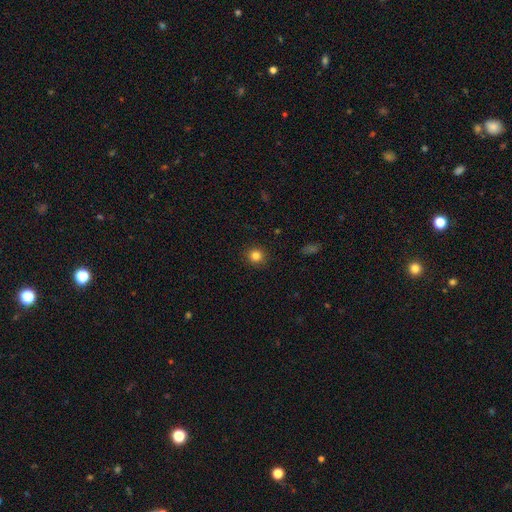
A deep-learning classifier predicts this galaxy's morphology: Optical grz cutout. It shows a smooth galaxy with no disk features (83%) that is round (92%). Merging: none (91%).